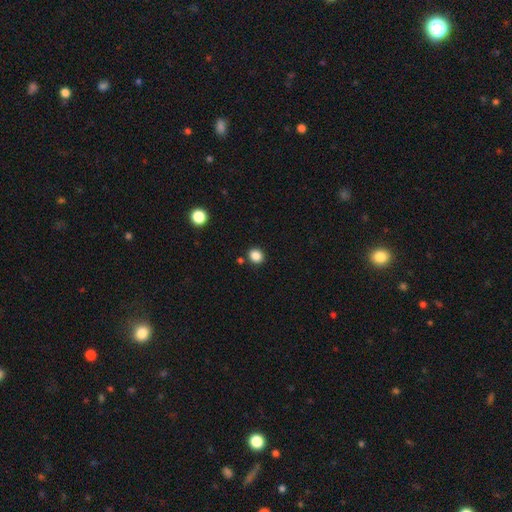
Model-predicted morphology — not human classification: The model was most divided on "how rounded": round: 76%, in between: 23%, cigar-shaped: 1%. More confident: merging — none (87%); smooth or featured — smooth (85%).